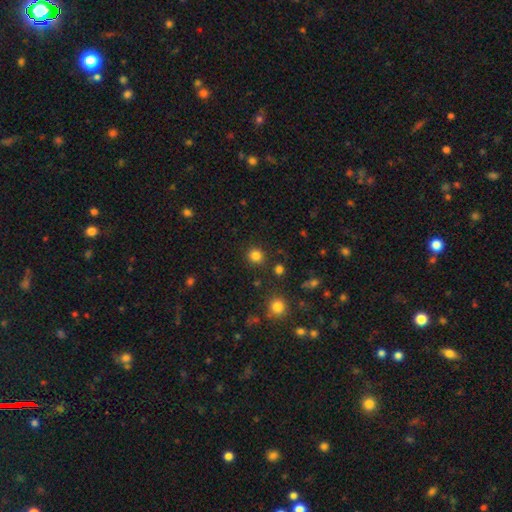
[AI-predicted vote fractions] smooth 83%, star or artifact 13%, featured or disk 4%. Down the decision tree: how rounded — round (92%); merging — none (89%).